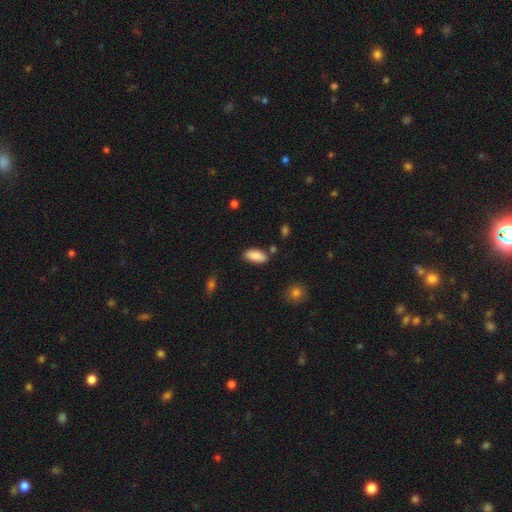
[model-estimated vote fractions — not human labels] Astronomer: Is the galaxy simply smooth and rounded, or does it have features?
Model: smooth — 88%.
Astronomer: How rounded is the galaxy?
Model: in between — 87%.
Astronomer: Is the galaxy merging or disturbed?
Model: none — 81%.